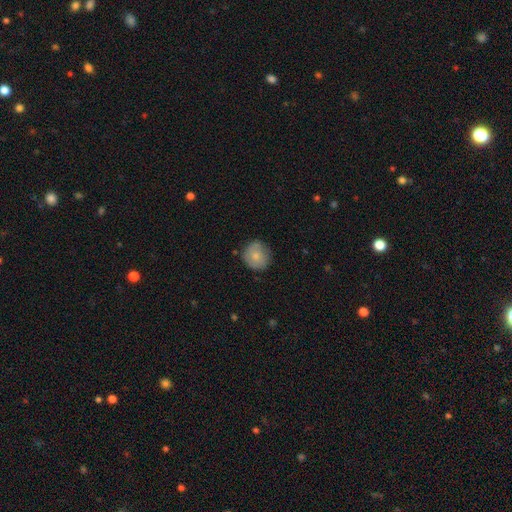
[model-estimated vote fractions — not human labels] Smooth or featured? smooth (77%)
How rounded? round (90%)
Merging? none (77%)